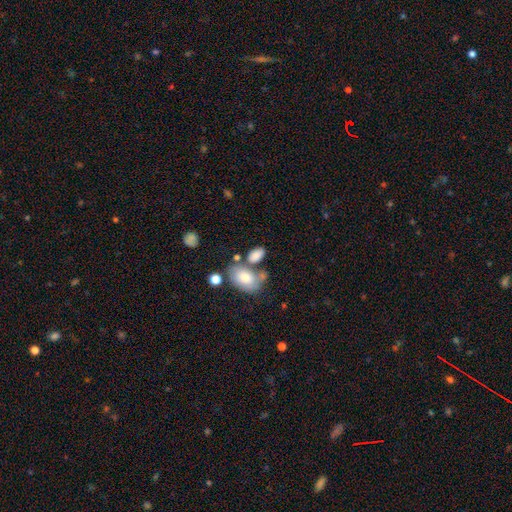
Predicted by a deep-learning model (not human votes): This is likely a smooth galaxy (79%). How rounded: clearly in between (90%). Merging: possibly none (47%).